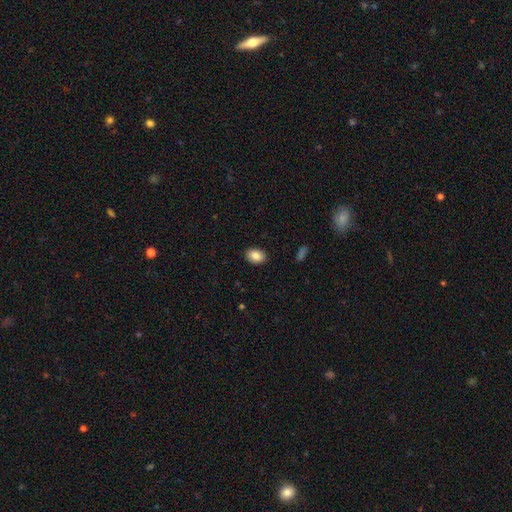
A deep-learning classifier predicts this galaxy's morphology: smooth 88%, star or artifact 8%, featured or disk 5%. Down the decision tree: how rounded — in between (80%); merging — none (89%).